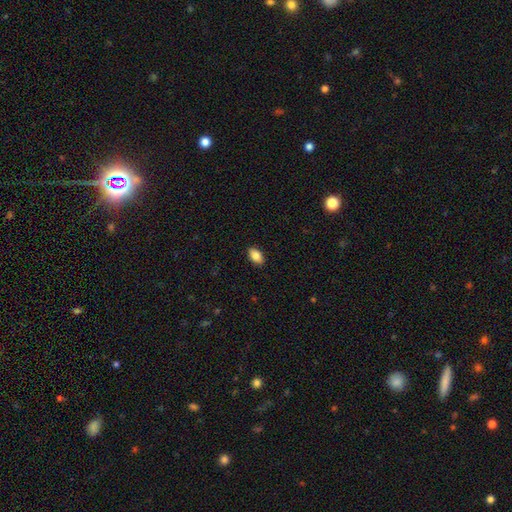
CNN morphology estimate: A smooth galaxy with no disk features (85%) that is in between round and cigar-shaped (91%).

Vote fractions:
- Smooth or featured? smooth: 85% / star or artifact: 8% / featured or disk: 7%
- How rounded? in between: 91% / round: 7% / cigar-shaped: 2%
- Merging? none: 89% / minor disturbance: 8% / major disturbance: 2% / merger: 1%